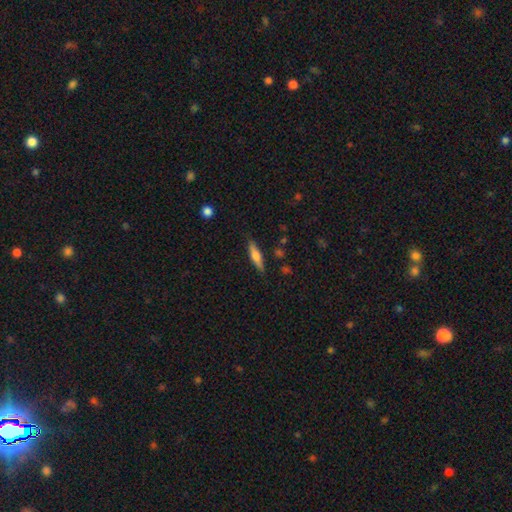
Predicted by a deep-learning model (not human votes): Overall: smooth (53%; featured or disk 41%). How rounded: cigar-shaped (75%). Merging: none (86%).